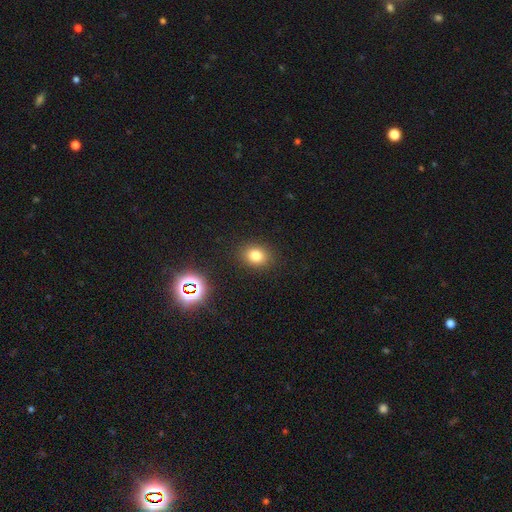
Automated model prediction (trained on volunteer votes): A smooth galaxy with no disk features (78%) that is round (51%). Merging: none (88%).